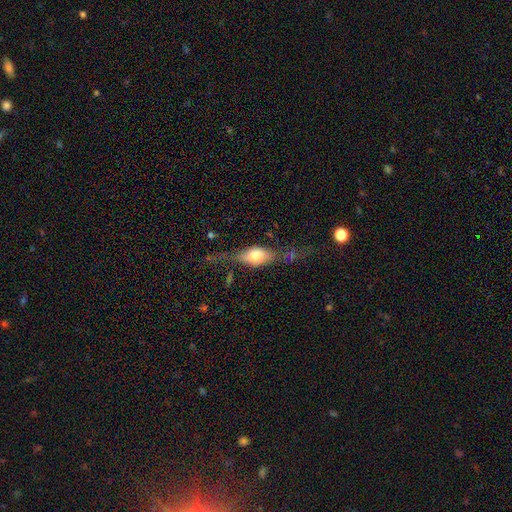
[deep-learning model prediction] smooth_or_featured: featured or disk (p=0.53) [alt: smooth p=0.40]
disk_edge_on: yes (p=0.82) [alt: no p=0.18]
merging: none (p=0.51) [alt: major disturbance p=0.23]